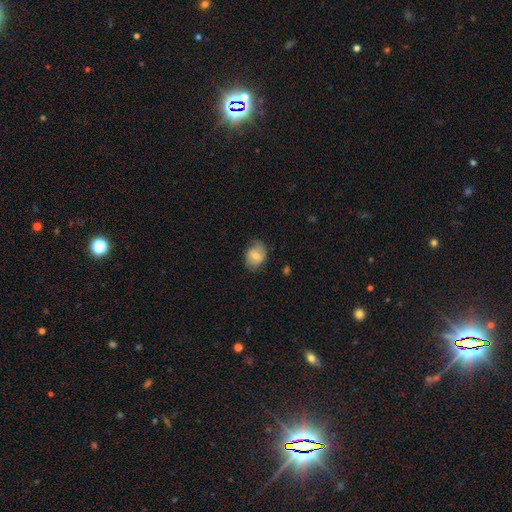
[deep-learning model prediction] smooth 63%, featured or disk 30%, star or artifact 8%. Down the decision tree: how rounded — in between (60%); merging — none (62%).